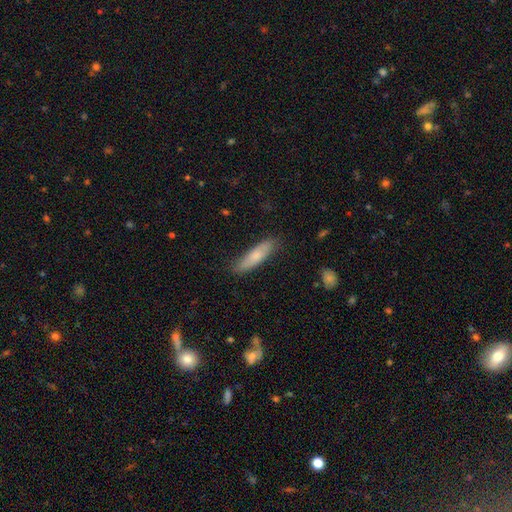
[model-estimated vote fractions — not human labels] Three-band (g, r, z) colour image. It shows a smooth galaxy with no disk features (73%) that is cigar-shaped (74%). Merging: none (82%).